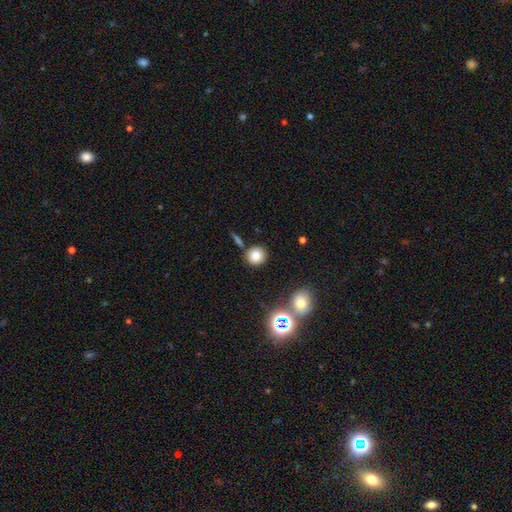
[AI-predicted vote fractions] Smooth or featured?
  - smooth: 80% *
  - star or artifact: 13%
  - featured or disk: 7%
How rounded?
  - round: 89% *
  - in between: 9%
  - cigar-shaped: 1%
Merging?
  - none: 81% *
  - minor disturbance: 9%
  - merger: 7%
  - major disturbance: 3%